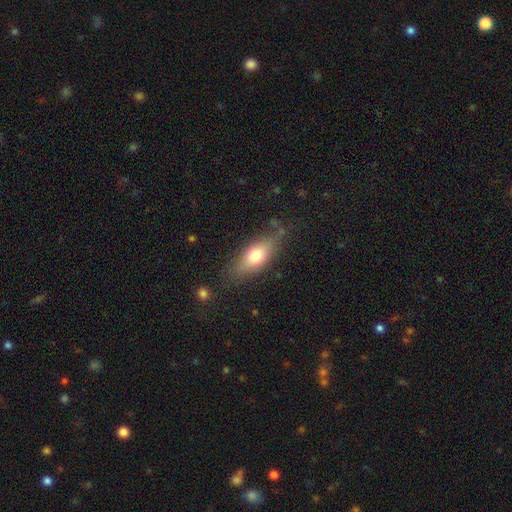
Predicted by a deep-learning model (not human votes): Morphology: type=smooth (70%); roundness=in between (75%); merging=none (74%).